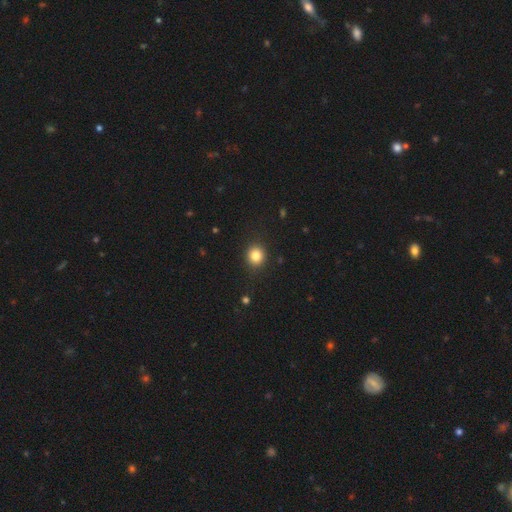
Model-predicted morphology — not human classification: smooth-or-featured: smooth: 83% | star or artifact: 11% | featured or disk: 5%
  how-rounded: round: 82% | in between: 17% | cigar-shaped: 1%
  merging: none: 90% | minor disturbance: 7% | major disturbance: 2% | merger: 1%